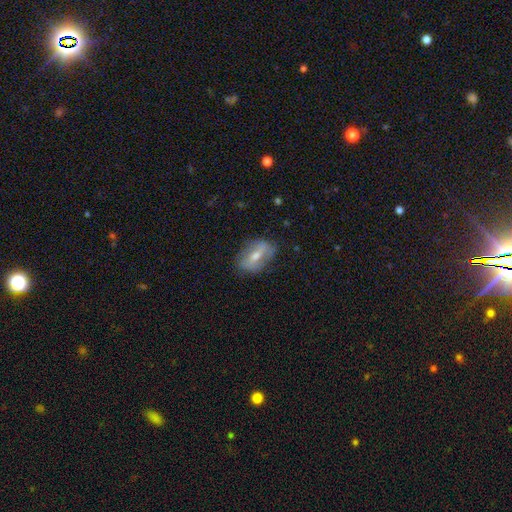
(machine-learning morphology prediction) Q: Smooth or featured?
A: featured or disk (58%); runner-up: smooth (33%)
Q: Edge-on disk?
A: no (84%); runner-up: yes (16%)
Q: Merging?
A: none (75%); runner-up: minor disturbance (18%)